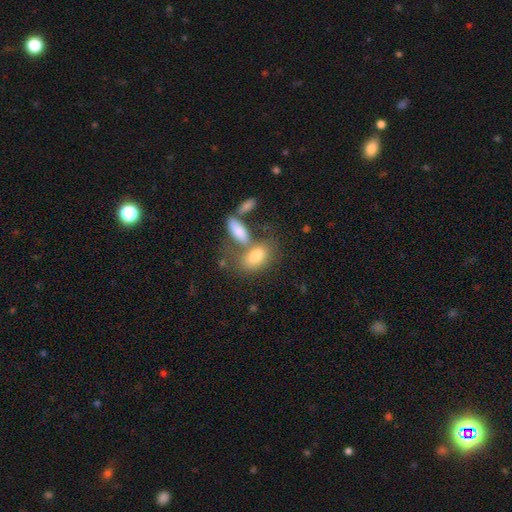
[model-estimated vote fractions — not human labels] Overall: smooth (78%). How rounded: in between (88%). Merging: merger (43%; none 37%).